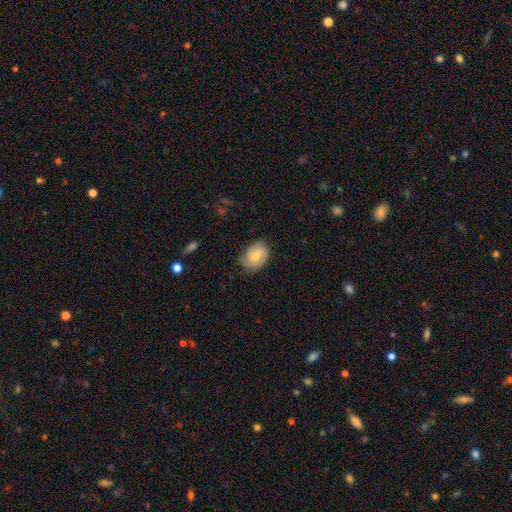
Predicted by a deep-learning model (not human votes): Overall: featured or disk (53%; smooth 40%). Edge-on disk: no (97%). Bar: no (51%; weak 41%). Spiral arms: yes (88%). Bulge size: moderate (50%; small 43%). Merging: none (68%).